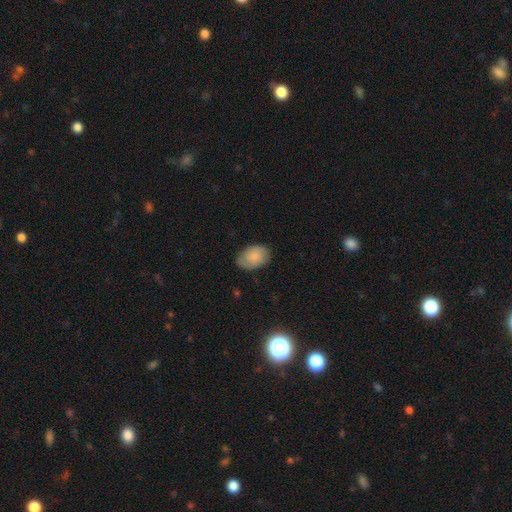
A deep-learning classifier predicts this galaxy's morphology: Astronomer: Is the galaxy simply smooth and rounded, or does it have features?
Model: smooth — 84%.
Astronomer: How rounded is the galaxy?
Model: in between — 86%.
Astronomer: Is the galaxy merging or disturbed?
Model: none — 79%.